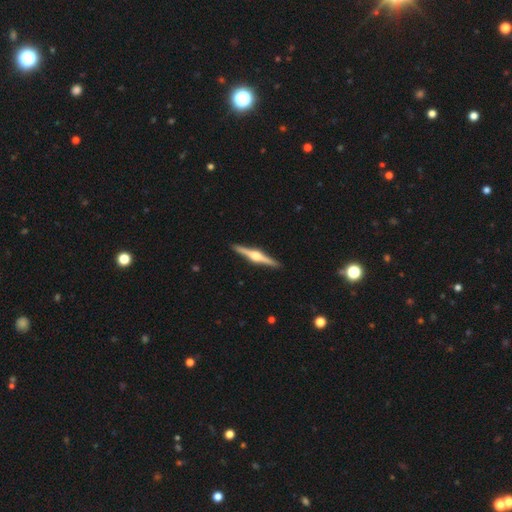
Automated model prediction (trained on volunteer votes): Smooth or featured?
  - featured or disk: 83% *
  - smooth: 13%
  - star or artifact: 4%
Edge-on disk?
  - yes: 99% *
  - no: 1%
Edge-on bulge?
  - rounded: 94% *
  - boxy: 4%
  - none: 2%
Merging?
  - none: 92% *
  - minor disturbance: 5%
  - major disturbance: 1%
  - merger: 1%